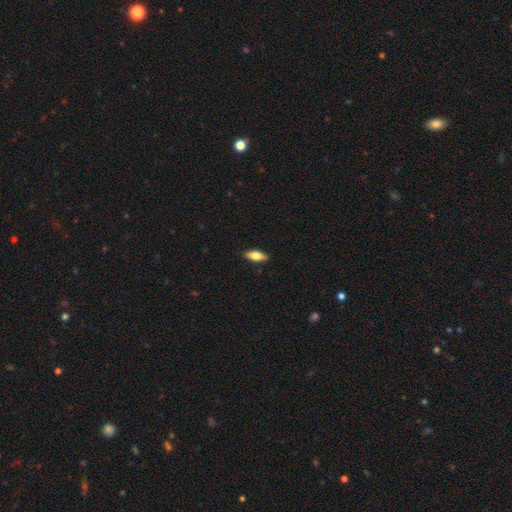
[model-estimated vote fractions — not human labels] Smooth or featured: smooth — 73% (featured or disk — 21%)
How rounded: in between — 77% (cigar-shaped — 20%)
Merging: none — 88% (minor disturbance — 10%)